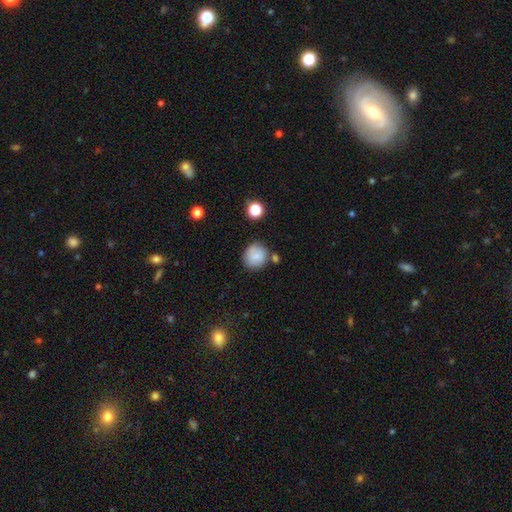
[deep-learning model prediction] This is clearly a smooth galaxy (82%). How rounded: clearly round (87%). Merging: likely none (74%).